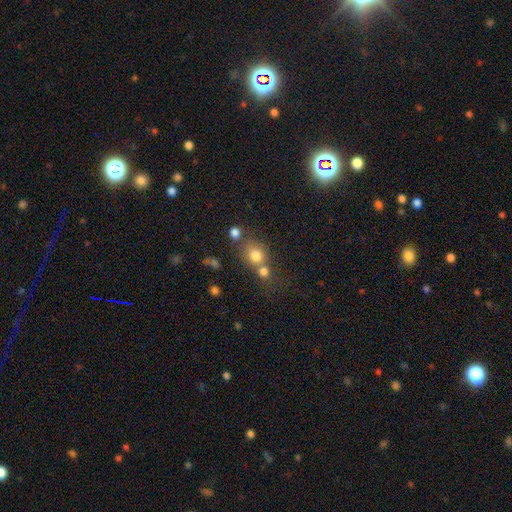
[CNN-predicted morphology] type=smooth (77%); roundness=round (75%); merging=none (49%).